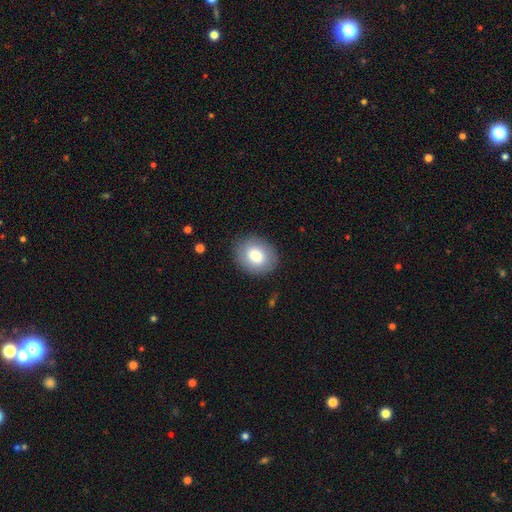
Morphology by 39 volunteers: smooth-or-featured: smooth: 74% | featured or disk: 15% | star or artifact: 10%
  how-rounded: round: 55% | in between: 45% | cigar-shaped: 0%
  merging: none: 94% | minor disturbance: 3% | major disturbance: 3% | merger: 0%